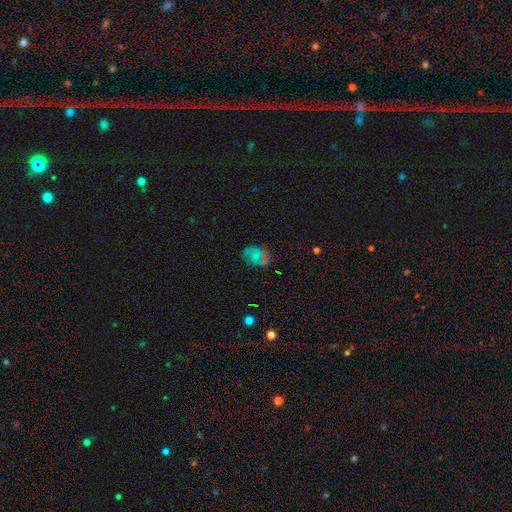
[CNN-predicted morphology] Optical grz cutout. It shows a smooth galaxy with no disk features (43%). Merging: none (65%).